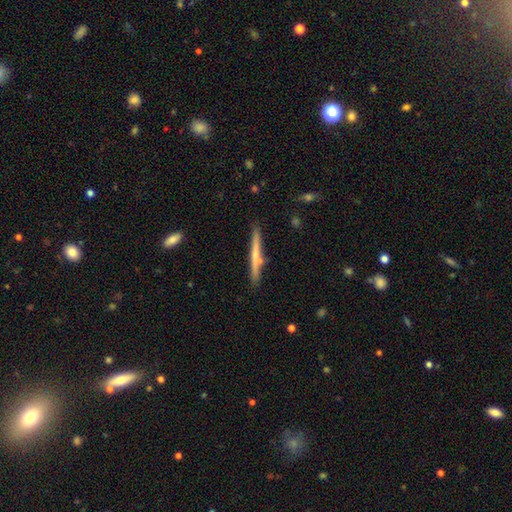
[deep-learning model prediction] Smooth or featured? Predicted: smooth (p=0.49). Merging? Predicted: none (p=0.83).